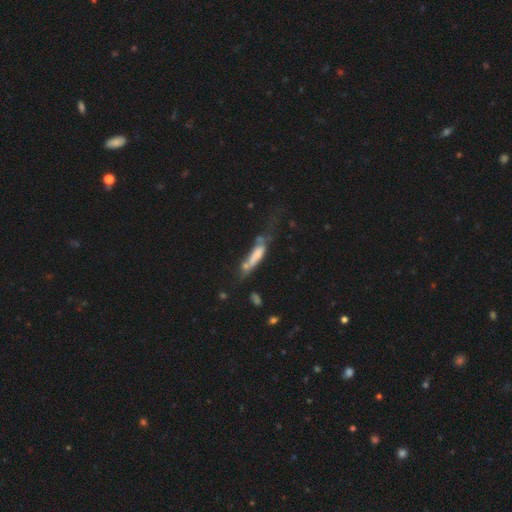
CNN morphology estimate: Smooth or featured? Predicted: smooth (p=0.56). How rounded? Predicted: cigar-shaped (p=0.73). Merging? Predicted: major disturbance (p=0.32).